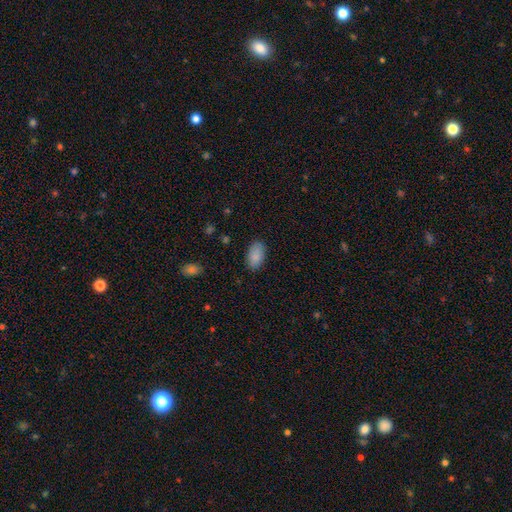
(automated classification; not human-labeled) A smooth galaxy with no disk features (87%) that is in between round and cigar-shaped (94%).

Vote fractions:
- Smooth or featured? smooth: 87% / star or artifact: 7% / featured or disk: 6%
- How rounded? in between: 94% / round: 4% / cigar-shaped: 2%
- Merging? none: 83% / minor disturbance: 13% / major disturbance: 3% / merger: 1%